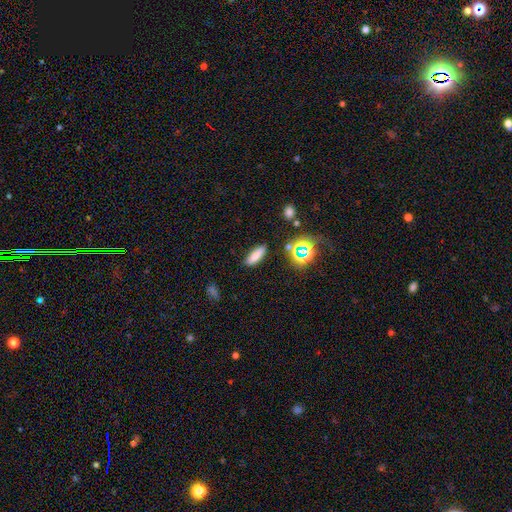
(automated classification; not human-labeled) Smooth or featured? smooth (74%)
How rounded? in between (48%)
Merging? none (85%)